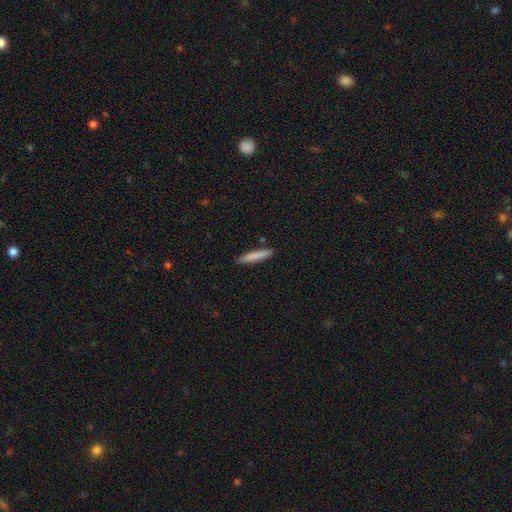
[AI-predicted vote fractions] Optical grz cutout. It shows a smooth galaxy with no disk features (82%) that is cigar-shaped (89%). Merging: none (87%).